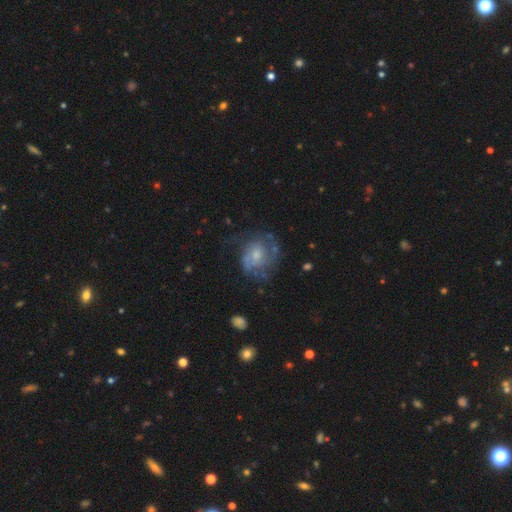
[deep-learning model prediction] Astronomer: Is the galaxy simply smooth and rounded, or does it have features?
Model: featured or disk — 65%.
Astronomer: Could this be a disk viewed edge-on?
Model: no — 97%.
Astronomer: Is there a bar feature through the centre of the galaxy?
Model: no — 73%.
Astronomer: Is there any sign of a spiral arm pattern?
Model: yes — 72%.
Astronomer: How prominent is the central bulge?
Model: moderate — 49% (runner-up: small, 39%).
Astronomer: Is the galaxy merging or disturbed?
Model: none — 52%.